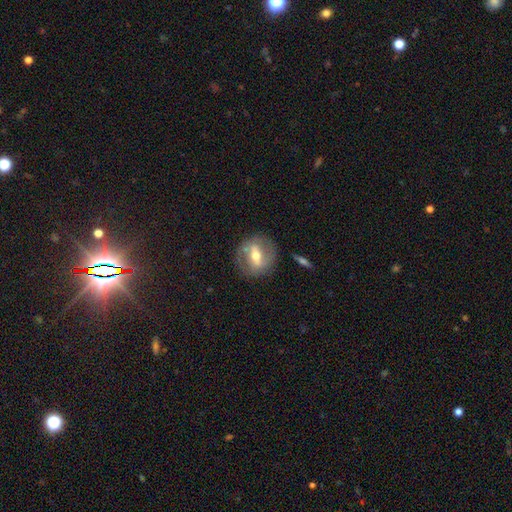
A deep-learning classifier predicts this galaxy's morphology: Smooth or featured? featured or disk (65%)
Edge-on disk? no (87%)
Bar? strong (51%)
Spiral arms? no (51%)
Bulge size? moderate (71%)
Merging? none (79%)